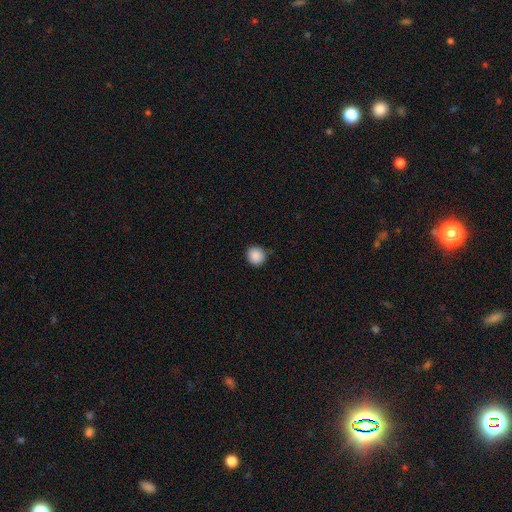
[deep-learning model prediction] Smooth or featured? smooth (89%)
How rounded? round (91%)
Merging? none (89%)